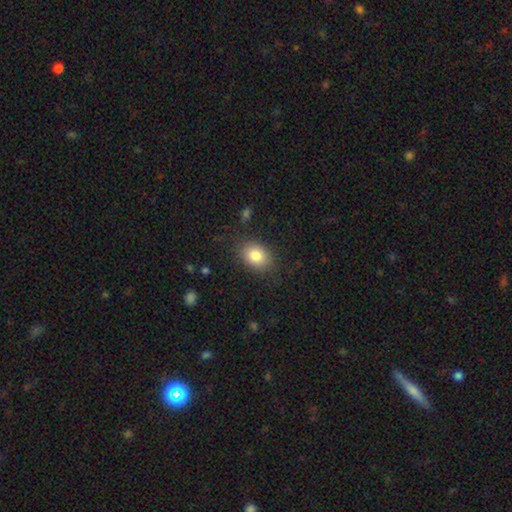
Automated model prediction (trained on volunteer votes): Q: Smooth or featured?
A: smooth (84%); runner-up: star or artifact (8%)
Q: How rounded?
A: in between (70%); runner-up: round (29%)
Q: Merging?
A: none (82%); runner-up: minor disturbance (12%)